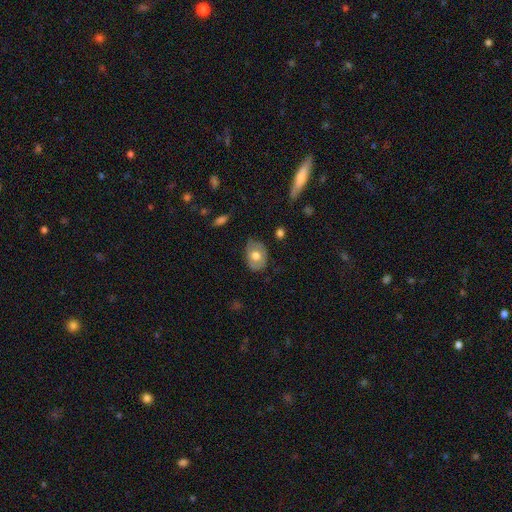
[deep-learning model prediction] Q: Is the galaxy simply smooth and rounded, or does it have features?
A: smooth — 60%.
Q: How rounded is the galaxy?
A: in between — 72%.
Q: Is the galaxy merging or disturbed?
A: none — 72%.